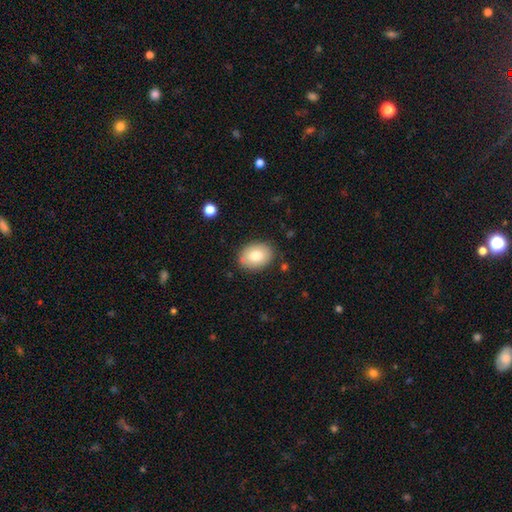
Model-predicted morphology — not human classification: Smooth or featured: smooth — 80% (featured or disk — 13%)
How rounded: in between — 74% (round — 25%)
Merging: none — 84% (minor disturbance — 12%)